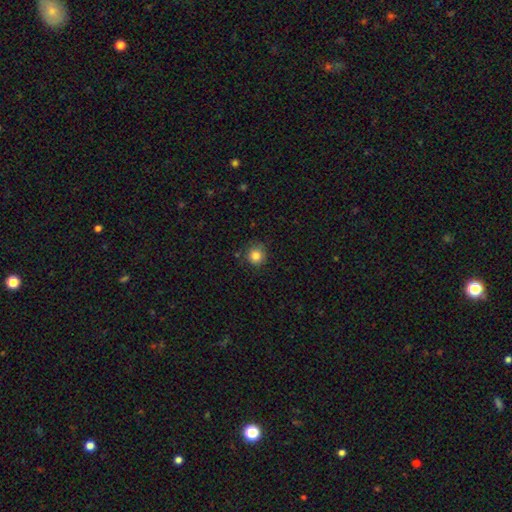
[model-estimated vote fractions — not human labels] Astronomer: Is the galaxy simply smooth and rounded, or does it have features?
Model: smooth — 84%.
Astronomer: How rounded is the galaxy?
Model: round — 93%.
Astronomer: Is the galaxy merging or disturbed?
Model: none — 84%.